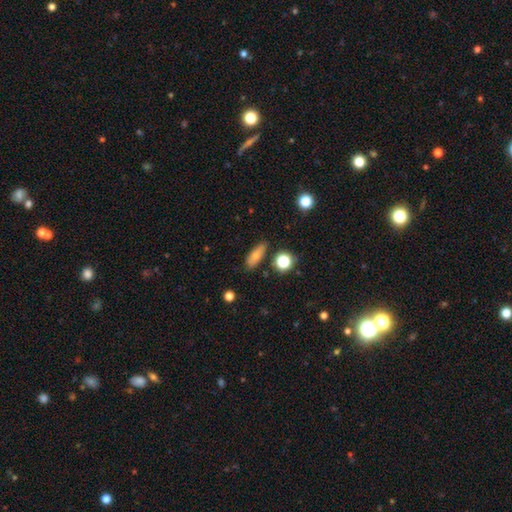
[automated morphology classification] Smooth or featured?
  - smooth: 75% *
  - featured or disk: 15%
  - star or artifact: 10%
How rounded?
  - in between: 63% *
  - cigar-shaped: 30%
  - round: 7%
Merging?
  - none: 81% *
  - minor disturbance: 13%
  - merger: 3%
  - major disturbance: 3%